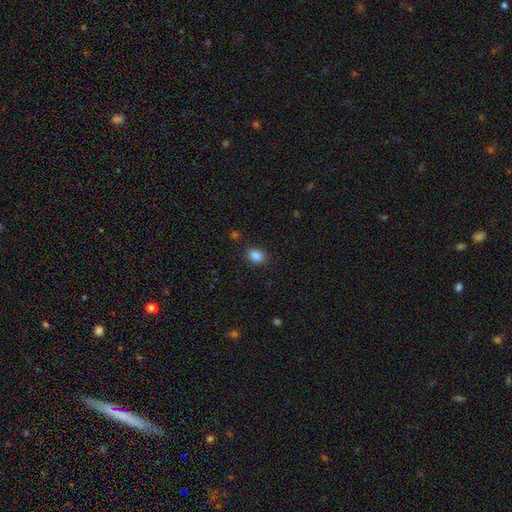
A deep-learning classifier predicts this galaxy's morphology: smooth 86%, star or artifact 11%, featured or disk 3%. Down the decision tree: how rounded — in between (59%); merging — none (82%).